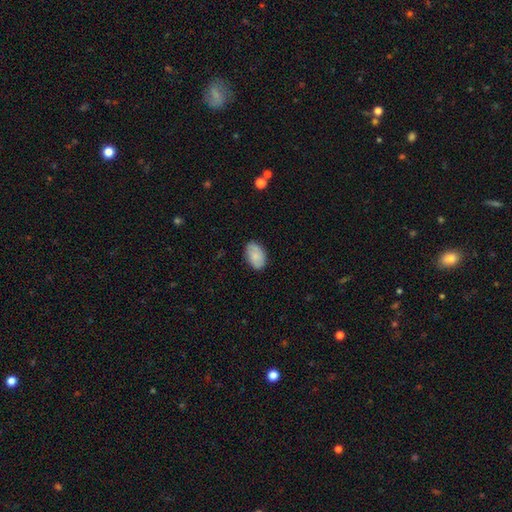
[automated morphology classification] smooth 78%, featured or disk 15%, star or artifact 7%. Down the decision tree: how rounded — in between (91%); merging — none (84%).